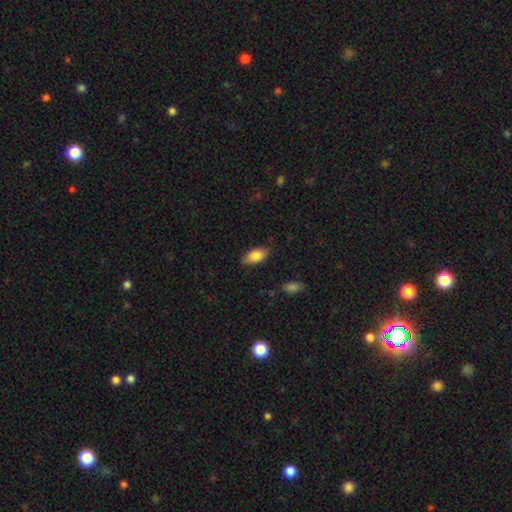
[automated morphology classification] Q: Smooth or featured?
A: smooth (83%); runner-up: featured or disk (10%)
Q: How rounded?
A: in between (92%); runner-up: cigar-shaped (5%)
Q: Merging?
A: none (82%); runner-up: minor disturbance (14%)